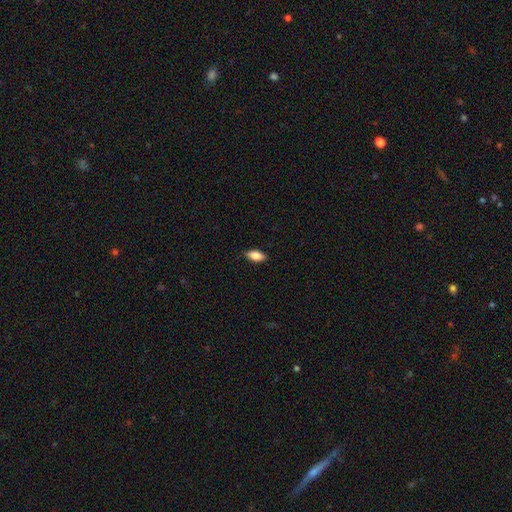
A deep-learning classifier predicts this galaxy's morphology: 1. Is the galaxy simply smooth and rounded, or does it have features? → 84% smooth, 9% featured or disk, 7% star or artifact.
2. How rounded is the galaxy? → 88% in between, 9% cigar-shaped, 3% round.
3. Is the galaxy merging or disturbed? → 87% none, 10% minor disturbance, 2% major disturbance, 1% merger.